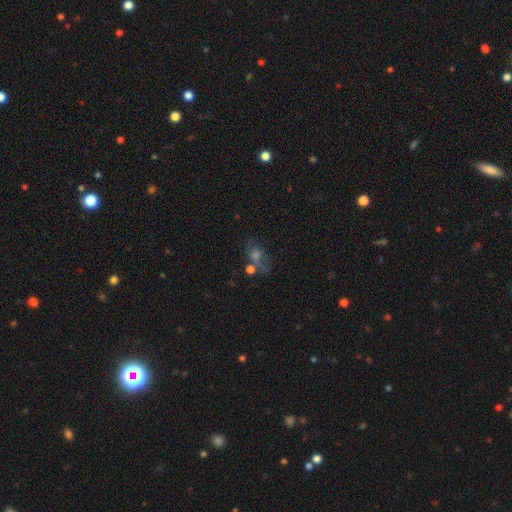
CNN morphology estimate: Overall: smooth (51%; star or artifact 29%). How rounded: in between (61%; round 36%). Merging: none (56%; merger 17%).